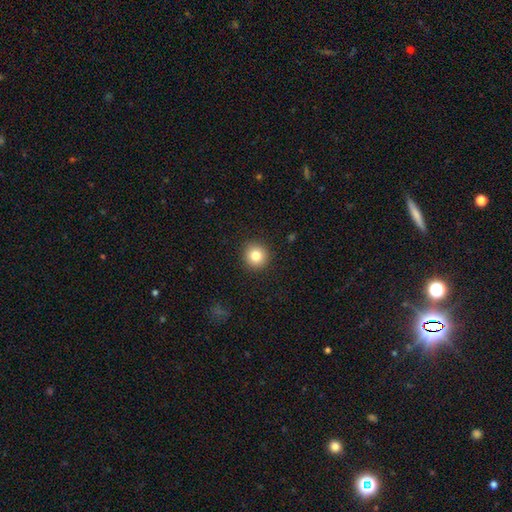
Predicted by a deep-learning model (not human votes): A smooth galaxy with no disk features (82%) that is round (94%).

Vote fractions:
- Smooth or featured? smooth: 82% / star or artifact: 10% / featured or disk: 7%
- How rounded? round: 94% / in between: 5% / cigar-shaped: 1%
- Merging? none: 91% / minor disturbance: 6% / major disturbance: 2% / merger: 1%